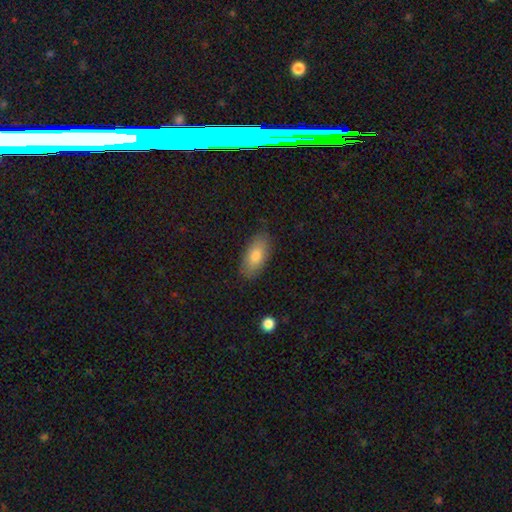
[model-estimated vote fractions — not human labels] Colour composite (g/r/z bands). It shows a smooth galaxy with no disk features (78%) that is in between round and cigar-shaped (90%). Merging: none (83%).